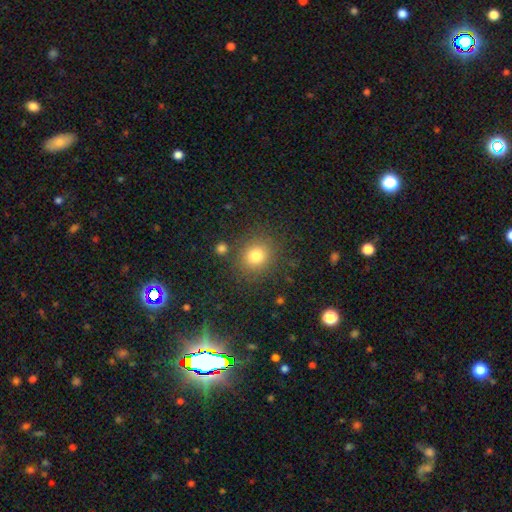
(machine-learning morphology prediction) smooth 79%, star or artifact 14%, featured or disk 8%. Down the decision tree: how rounded — round (81%); merging — none (83%).